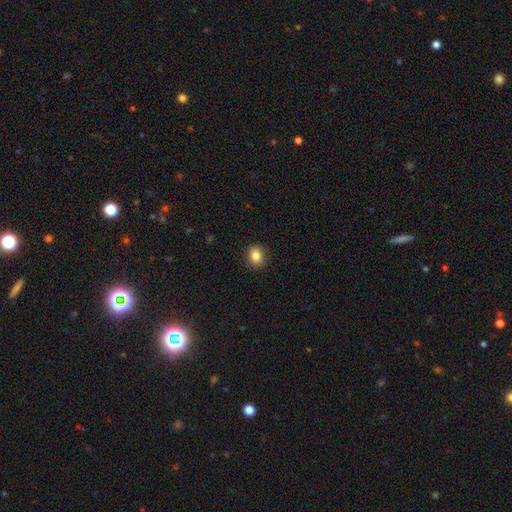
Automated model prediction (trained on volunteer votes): smooth 84%, star or artifact 10%, featured or disk 6%. Down the decision tree: how rounded — round (59%); merging — none (90%).